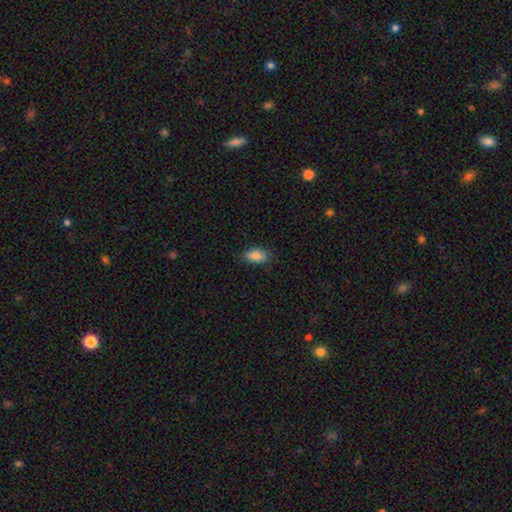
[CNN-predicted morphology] A smooth galaxy with no disk features (86%) that is in between round and cigar-shaped (92%). Merging: none (83%).